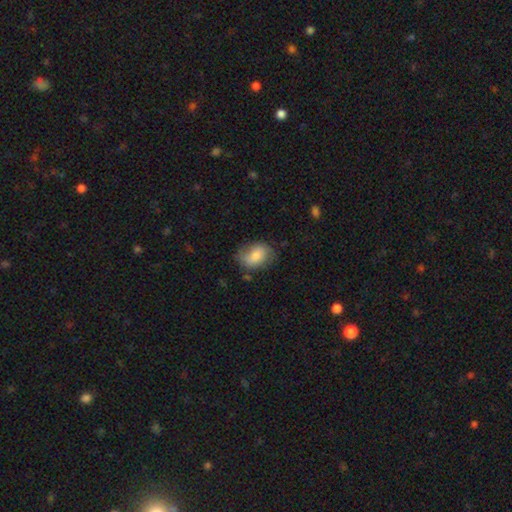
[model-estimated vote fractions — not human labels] smooth 69%, featured or disk 24%, star or artifact 7%. Down the decision tree: how rounded — in between (75%); merging — none (64%).